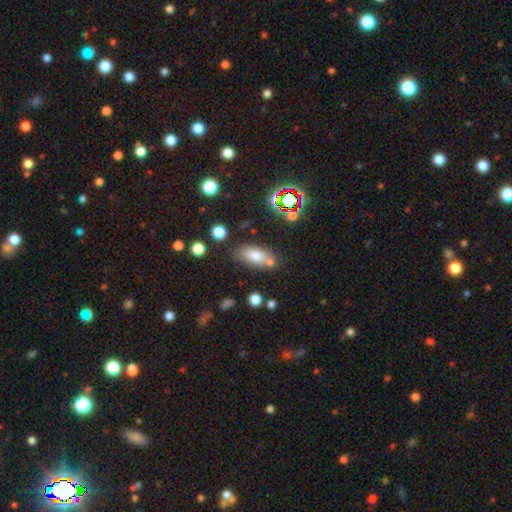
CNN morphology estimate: The model was most divided on "merging": none: 62%, merger: 18%, minor disturbance: 15%, major disturbance: 5%. More confident: how rounded — in between (82%); smooth or featured — smooth (72%).